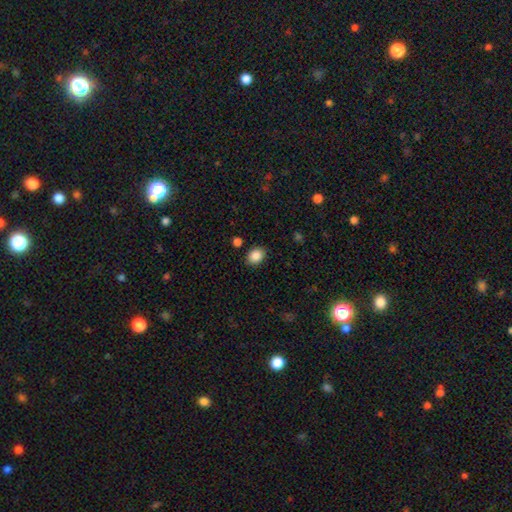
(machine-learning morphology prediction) smooth_or_featured: smooth (p=0.88) [alt: star or artifact p=0.09]
how_rounded: in between (p=0.62) [alt: round p=0.37]
merging: none (p=0.86) [alt: minor disturbance p=0.09]